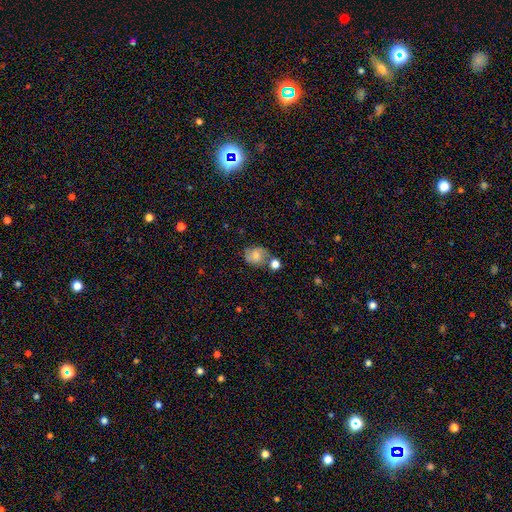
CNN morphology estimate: Smooth or featured?
  - smooth: 67% *
  - featured or disk: 23%
  - star or artifact: 10%
How rounded?
  - round: 62% *
  - in between: 37%
  - cigar-shaped: 1%
Merging?
  - none: 52% *
  - minor disturbance: 22%
  - merger: 18%
  - major disturbance: 8%